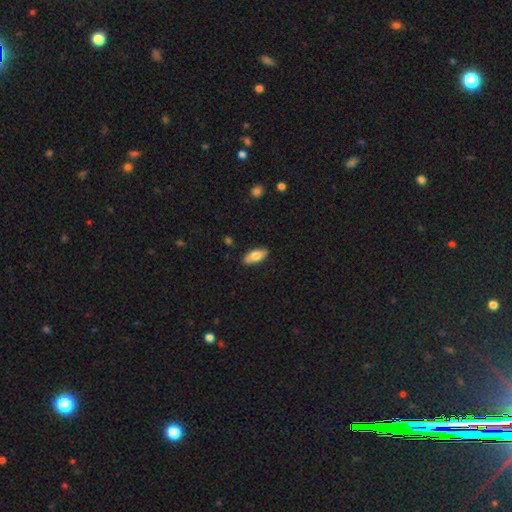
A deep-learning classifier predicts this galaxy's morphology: The model was most divided on "smooth or featured": smooth: 75%, featured or disk: 19%, star or artifact: 6%. More confident: merging — none (86%); how rounded — in between (83%).